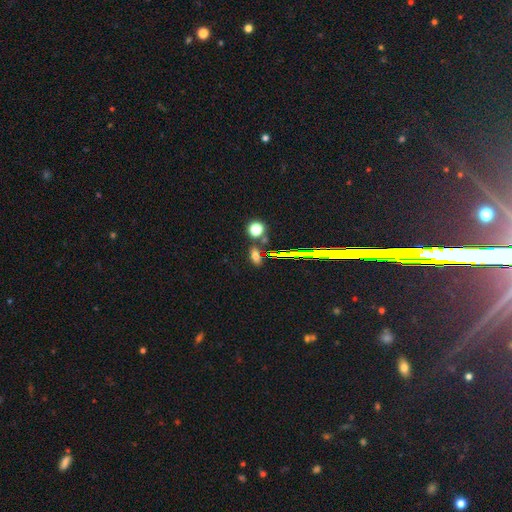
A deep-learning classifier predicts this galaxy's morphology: Smooth or featured? smooth (59%)
How rounded? in between (62%)
Merging? none (72%)